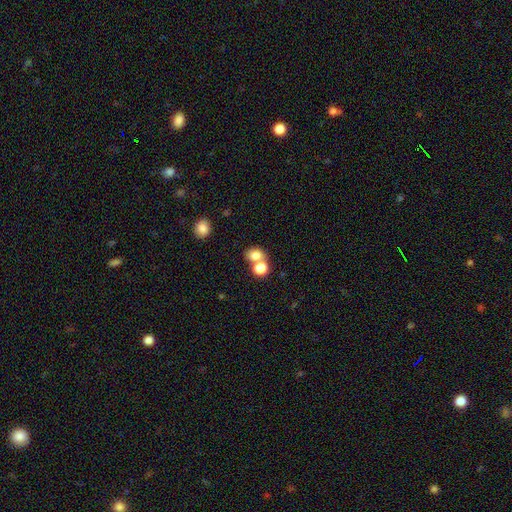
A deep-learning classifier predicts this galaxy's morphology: A smooth galaxy with no disk features (78%) that is round (57%).

Vote fractions:
- Smooth or featured? smooth: 78% / star or artifact: 12% / featured or disk: 10%
- How rounded? round: 57% / in between: 42% / cigar-shaped: 1%
- Merging? merger: 49% / none: 40% / minor disturbance: 7% / major disturbance: 4%